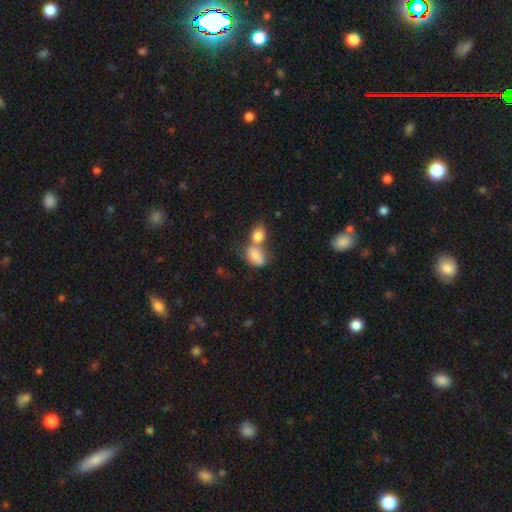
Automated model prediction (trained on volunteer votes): Smooth or featured? smooth (81%)
How rounded? in between (86%)
Merging? merger (65%)